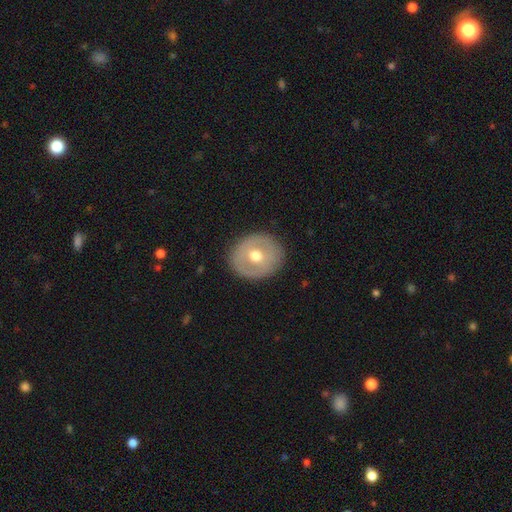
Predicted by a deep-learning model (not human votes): Smooth or featured?
  - smooth: 49% *
  - featured or disk: 44%
  - star or artifact: 7%
Merging?
  - none: 88% *
  - minor disturbance: 9%
  - major disturbance: 3%
  - merger: 1%